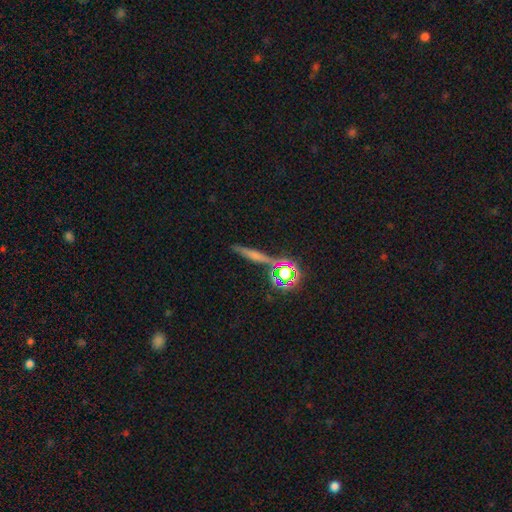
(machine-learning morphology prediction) type=smooth (43%); merging=none (82%).